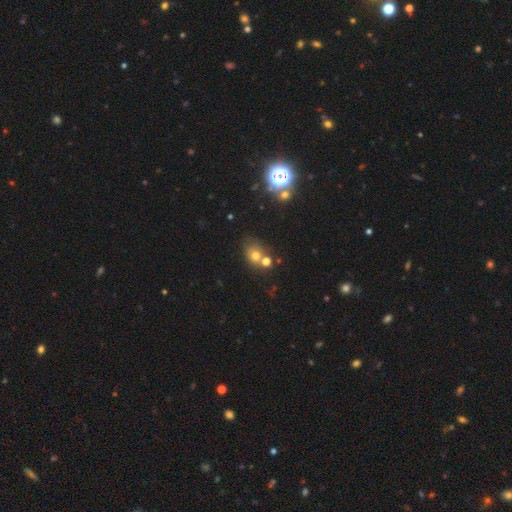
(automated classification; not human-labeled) Morphology: type=smooth (64%); roundness=round (57%); merging=none (50%).